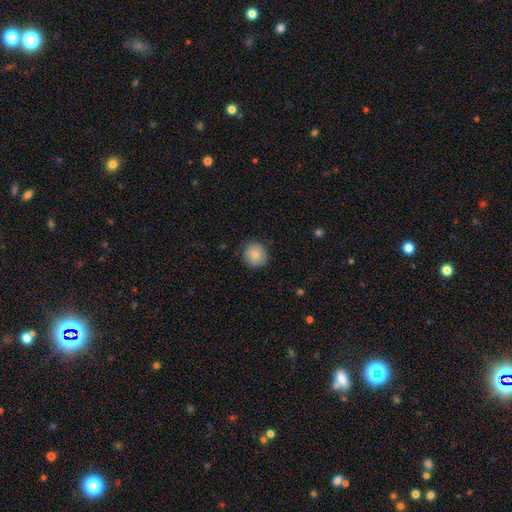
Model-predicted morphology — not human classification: Smooth or featured?
  - smooth: 85% *
  - star or artifact: 8%
  - featured or disk: 7%
How rounded?
  - round: 92% *
  - in between: 7%
  - cigar-shaped: 1%
Merging?
  - none: 87% *
  - minor disturbance: 10%
  - major disturbance: 2%
  - merger: 1%